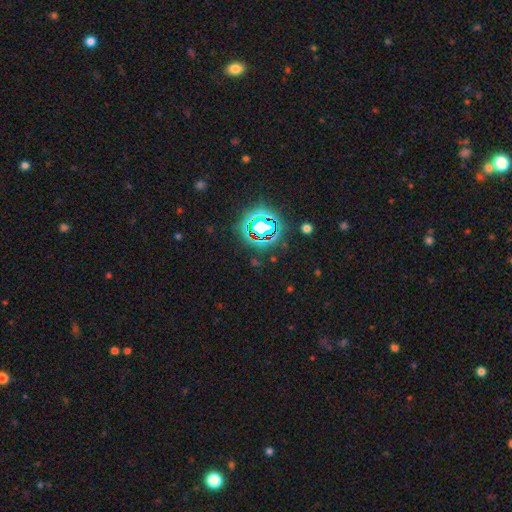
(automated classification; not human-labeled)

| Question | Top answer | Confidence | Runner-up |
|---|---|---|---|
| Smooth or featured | star or artifact | 83% | smooth (10%) |